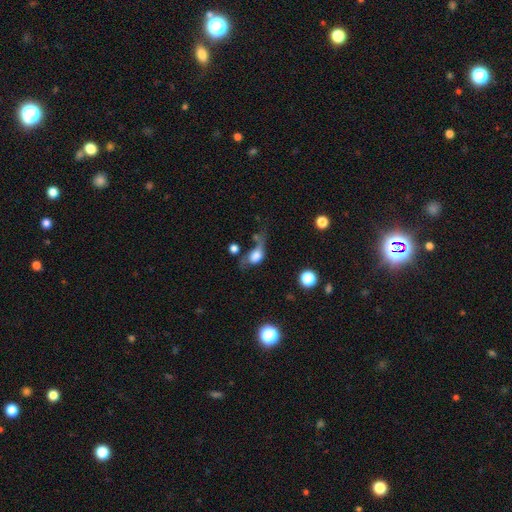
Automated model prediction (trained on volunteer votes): Smooth or featured?
  - smooth: 52% *
  - featured or disk: 36%
  - star or artifact: 12%
How rounded?
  - in between: 62% *
  - round: 32%
  - cigar-shaped: 6%
Merging?
  - major disturbance: 42% *
  - none: 23%
  - minor disturbance: 21%
  - merger: 14%